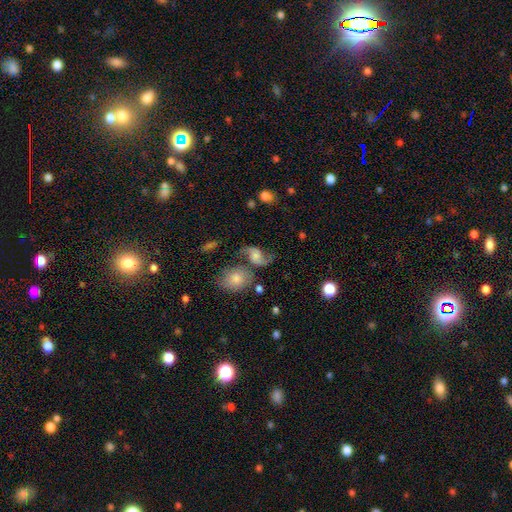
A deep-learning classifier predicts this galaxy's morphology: Smooth or featured? Predicted: featured or disk (p=0.71). Edge-on disk? Predicted: no (p=0.97). Bar? Predicted: no (p=0.60). Spiral arms? Predicted: yes (p=0.92). Spiral winding? Predicted: loose (p=0.73). Spiral arm count? Predicted: 2 (p=0.90). Bulge size? Predicted: moderate (p=0.39). Merging? Predicted: none (p=0.48).